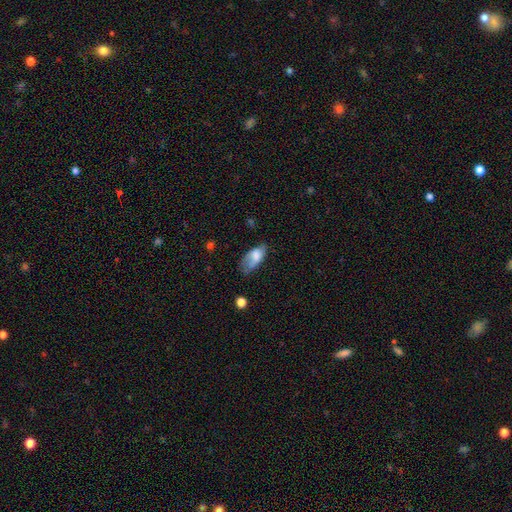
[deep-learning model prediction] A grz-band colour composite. It shows a smooth galaxy with no disk features (69%) that is in between round and cigar-shaped (90%). Merging: none (37%).